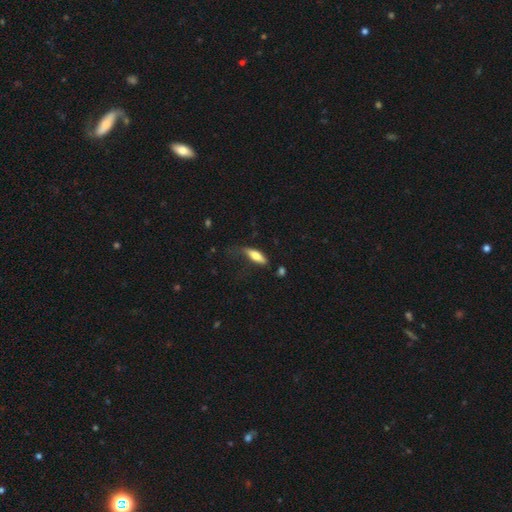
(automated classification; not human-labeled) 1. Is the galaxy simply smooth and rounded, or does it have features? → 70% smooth, 24% featured or disk, 6% star or artifact.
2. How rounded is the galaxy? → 50% cigar-shaped, 47% in between, 2% round.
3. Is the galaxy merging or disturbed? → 49% none, 32% minor disturbance, 16% major disturbance, 3% merger.